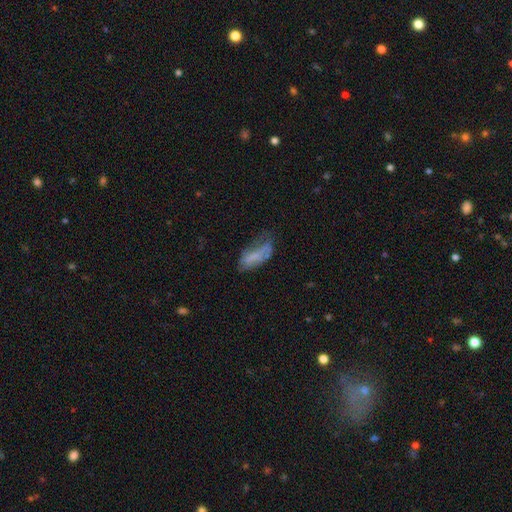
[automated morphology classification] smooth 54%, featured or disk 35%, star or artifact 11%. Down the decision tree: how rounded — in between (73%); merging — none (35%).